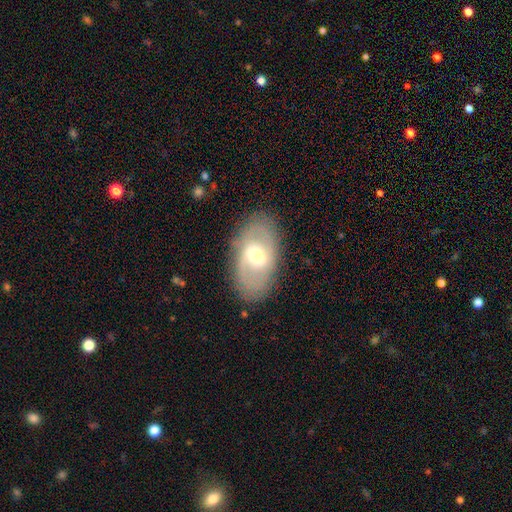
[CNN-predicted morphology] type=featured or disk (65%); edge-on=no (93%); bar=weak (57%); spiral arms=yes (71%); bulge=moderate (57%); merging=none (83%).